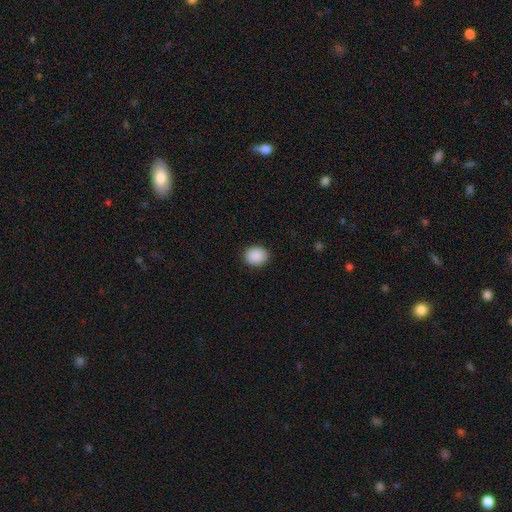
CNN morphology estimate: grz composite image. It shows a smooth galaxy with no disk features (90%) that is round (66%). Merging: none (91%).